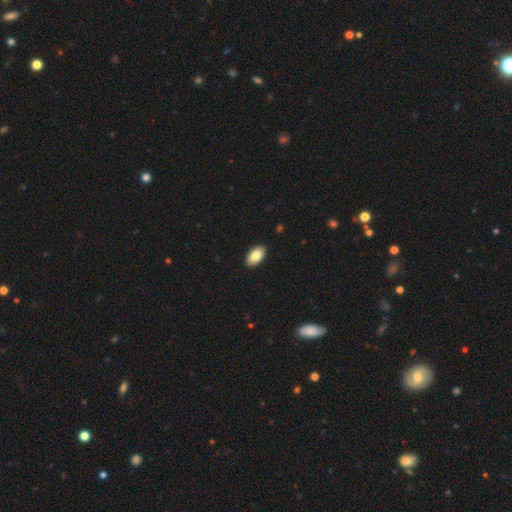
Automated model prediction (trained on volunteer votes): A smooth galaxy with no disk features (84%) that is in between round and cigar-shaped (95%).

Vote fractions:
- Smooth or featured? smooth: 84% / featured or disk: 9% / star or artifact: 7%
- How rounded? in between: 95% / round: 4% / cigar-shaped: 2%
- Merging? none: 90% / minor disturbance: 7% / major disturbance: 2% / merger: 1%